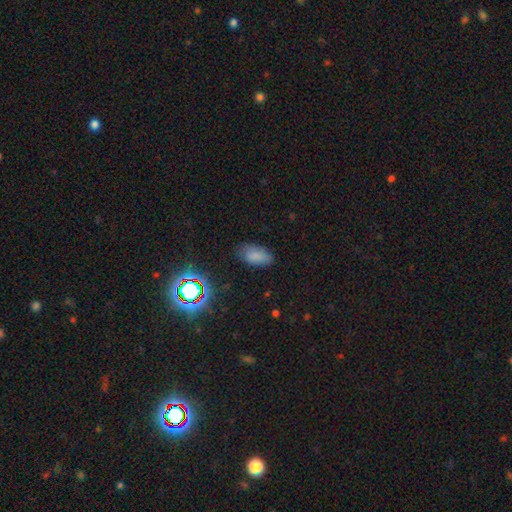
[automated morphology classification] A smooth galaxy with no disk features (79%) that is in between round and cigar-shaped (93%). Merging: none (74%).